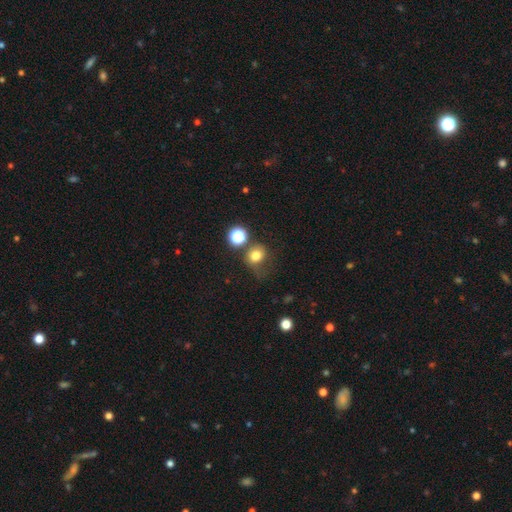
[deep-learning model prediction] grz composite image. It shows a smooth galaxy with no disk features (76%) that is round (71%). Merging: none (53%).